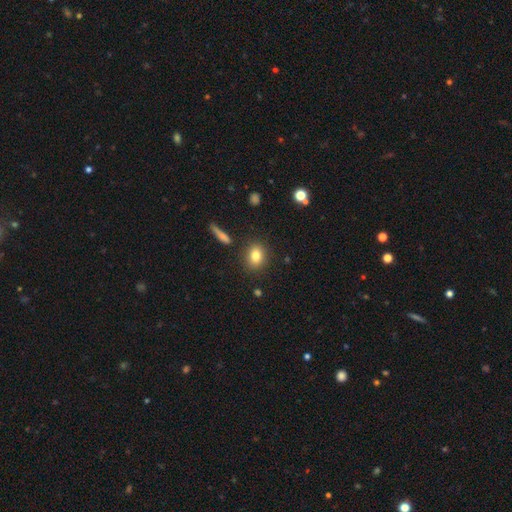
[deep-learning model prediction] This appears to be a smooth galaxy with no disk features (81%) that is round (52%). Merging: none (87%).